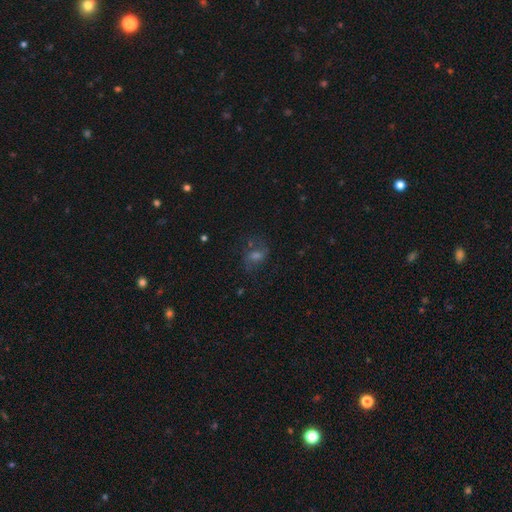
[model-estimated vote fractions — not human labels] smooth_or_featured: featured or disk (p=0.39) [alt: smooth p=0.34]
merging: none (p=0.63) [alt: minor disturbance p=0.18]